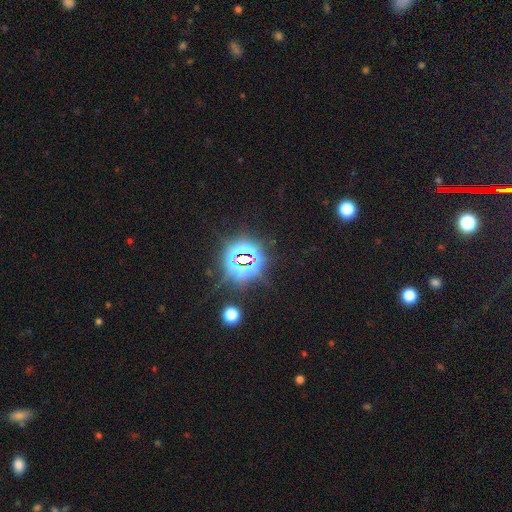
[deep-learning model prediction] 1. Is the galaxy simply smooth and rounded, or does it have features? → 82% star or artifact, 13% smooth, 5% featured or disk.